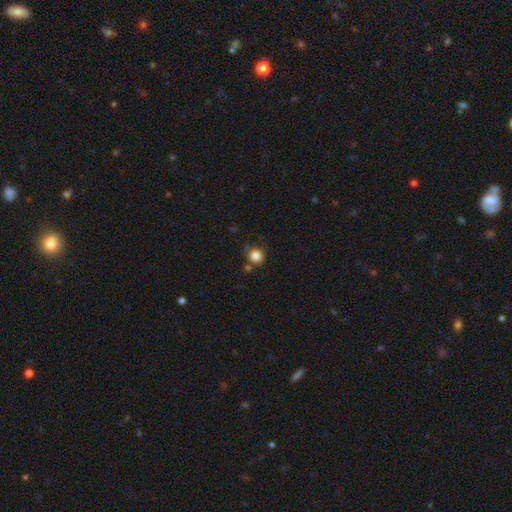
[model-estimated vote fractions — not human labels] Morphology: type=smooth (84%); roundness=round (90%); merging=none (72%).